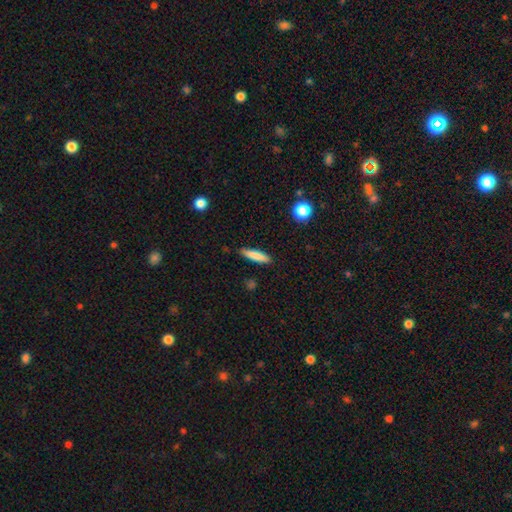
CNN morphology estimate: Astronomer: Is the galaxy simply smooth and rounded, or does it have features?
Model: smooth — 80%.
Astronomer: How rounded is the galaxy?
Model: cigar-shaped — 81%.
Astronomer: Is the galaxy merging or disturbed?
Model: none — 88%.